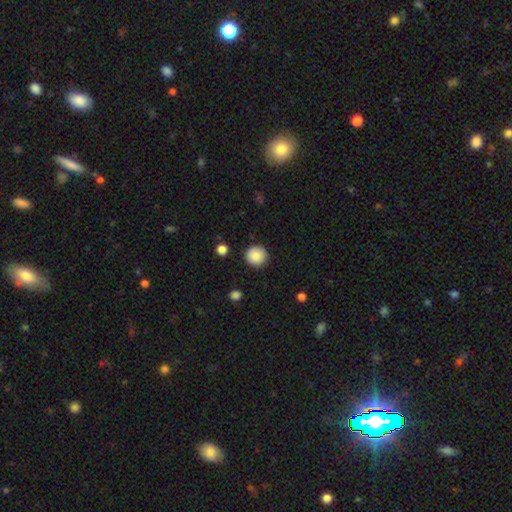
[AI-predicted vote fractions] smooth-or-featured: smooth: 87% | star or artifact: 8% | featured or disk: 5%
  how-rounded: round: 94% | in between: 5% | cigar-shaped: 1%
  merging: none: 91% | minor disturbance: 6% | major disturbance: 2% | merger: 1%